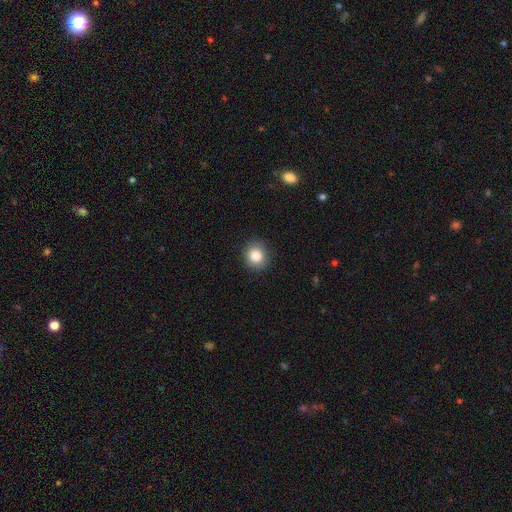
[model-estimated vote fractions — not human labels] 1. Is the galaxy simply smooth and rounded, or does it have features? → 84% smooth, 9% star or artifact, 7% featured or disk.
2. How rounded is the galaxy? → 84% round, 15% in between, 1% cigar-shaped.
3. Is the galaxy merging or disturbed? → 89% none, 8% minor disturbance, 2% major disturbance, 1% merger.